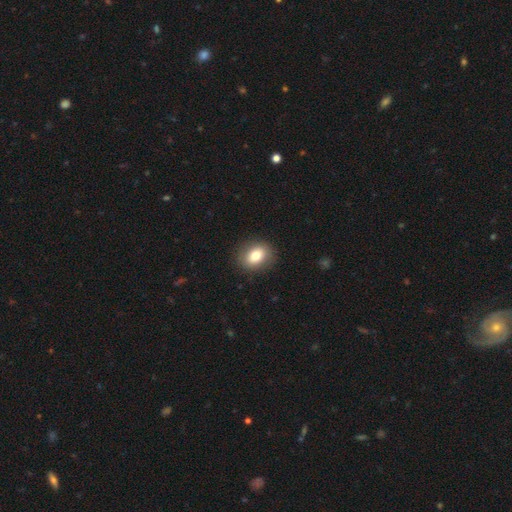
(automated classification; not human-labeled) The model was most divided on "how rounded": in between: 58%, round: 41%, cigar-shaped: 1%. More confident: merging — none (87%); smooth or featured — smooth (81%).